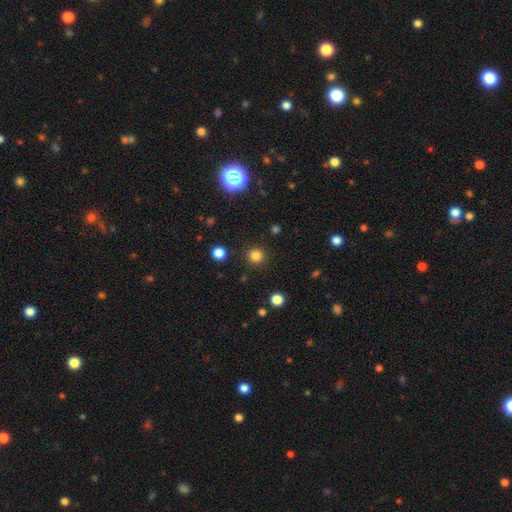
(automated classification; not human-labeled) This is clearly a smooth galaxy (80%). How rounded: clearly round (95%). Merging: clearly none (91%).